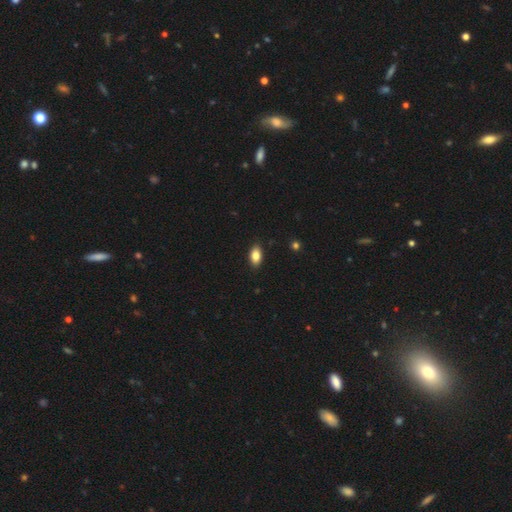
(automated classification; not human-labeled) smooth_or_featured: smooth (p=0.84) [alt: featured or disk p=0.08]
how_rounded: in between (p=0.91) [alt: round p=0.06]
merging: none (p=0.88) [alt: minor disturbance p=0.10]